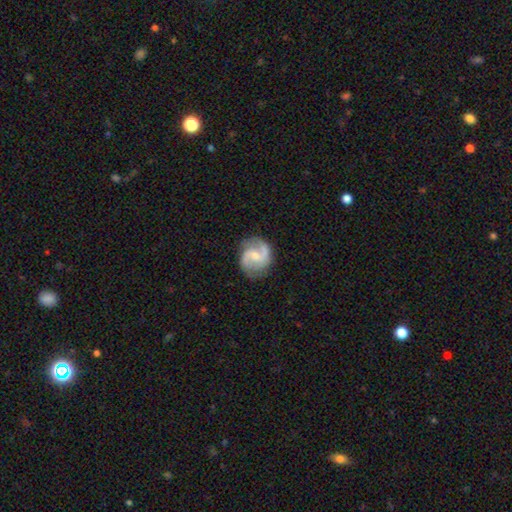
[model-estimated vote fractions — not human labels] A featured or disk galaxy (85%) with a weak bar (48%), 2 (91%) medium (53%) spiral arms (97%) and a small central bulge (55%).

Vote fractions:
- Smooth or featured? featured or disk: 85% / smooth: 10% / star or artifact: 5%
- Edge-on disk? no: 98% / yes: 2%
- Bar? weak: 48% / no: 40% / strong: 12%
- Spiral arms? yes: 97% / no: 3%
- Spiral winding? medium: 53% / loose: 30% / tight: 17%
- Spiral arm count? 2: 91% / can't tell: 3% / 1: 2% / 3: 2% / 4: 1% / more than 4: 1%
- Bulge size? small: 55% / moderate: 40% / none: 3% / large: 1% / dominant: 1%
- Merging? none: 81% / minor disturbance: 14% / major disturbance: 4% / merger: 1%